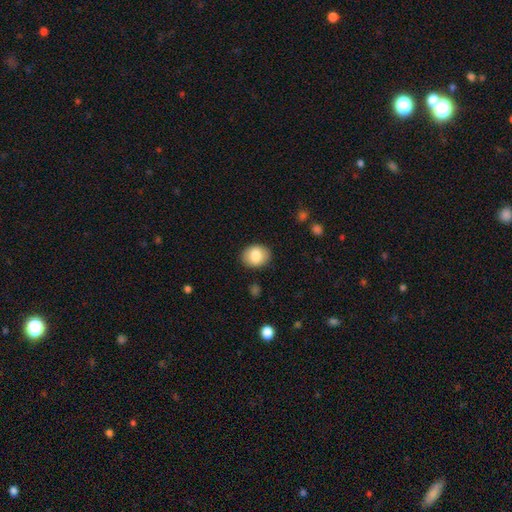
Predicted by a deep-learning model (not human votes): smooth 81%, featured or disk 11%, star or artifact 8%. Down the decision tree: how rounded — round (50%); merging — none (88%).